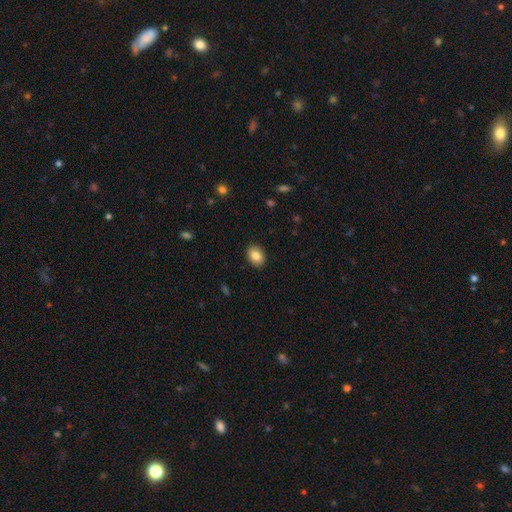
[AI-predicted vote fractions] Smooth or featured?
  - smooth: 85% *
  - star or artifact: 8%
  - featured or disk: 7%
How rounded?
  - in between: 69% *
  - round: 30%
  - cigar-shaped: 1%
Merging?
  - none: 90% *
  - minor disturbance: 7%
  - major disturbance: 2%
  - merger: 1%